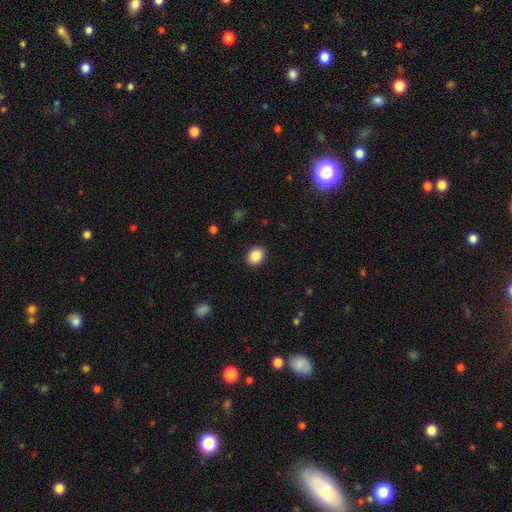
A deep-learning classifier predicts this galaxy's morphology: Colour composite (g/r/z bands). It shows a smooth galaxy with no disk features (87%) that is round (56%). Merging: none (91%).